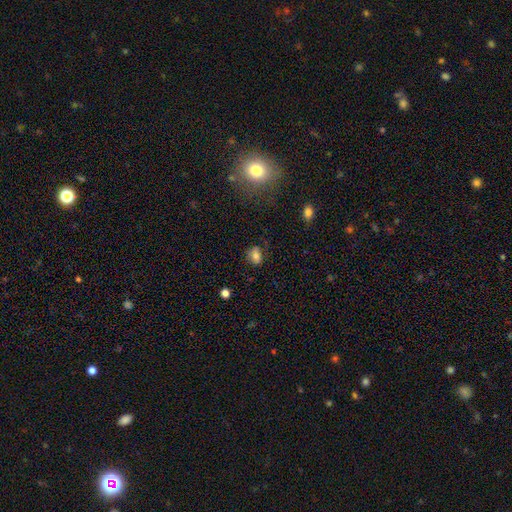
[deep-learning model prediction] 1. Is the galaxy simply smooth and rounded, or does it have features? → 69% smooth, 17% featured or disk, 14% star or artifact.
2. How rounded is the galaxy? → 57% in between, 41% round, 2% cigar-shaped.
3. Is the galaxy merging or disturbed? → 63% none, 24% minor disturbance, 11% major disturbance, 2% merger.